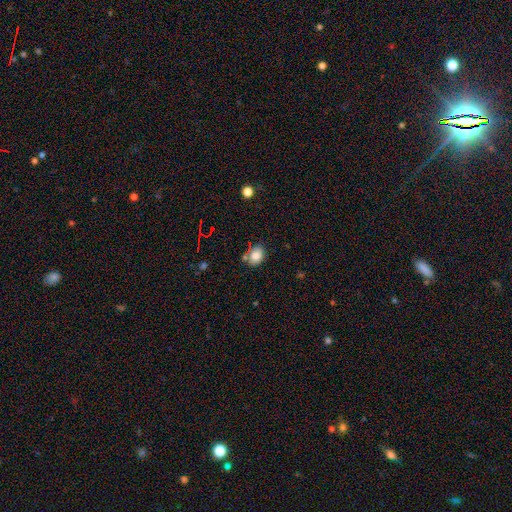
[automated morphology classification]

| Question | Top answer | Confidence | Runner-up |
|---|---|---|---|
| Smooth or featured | smooth | 81% | star or artifact (11%) |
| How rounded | in between | 61% | round (38%) |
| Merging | none | 67% | minor disturbance (18%) |